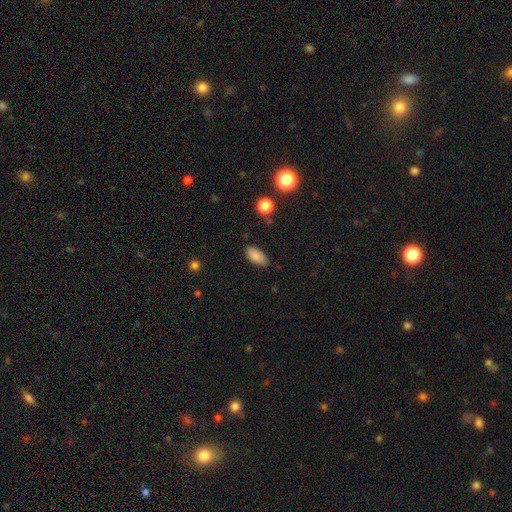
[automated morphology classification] smooth_or_featured: smooth (p=0.87) [alt: star or artifact p=0.09]
how_rounded: in between (p=0.91) [alt: cigar-shaped p=0.06]
merging: none (p=0.78) [alt: minor disturbance p=0.17]